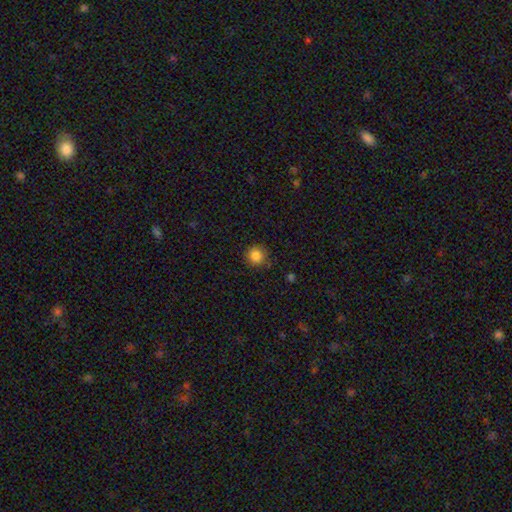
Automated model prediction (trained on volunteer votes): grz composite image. It shows a smooth galaxy with no disk features (85%) that is round (91%). Merging: none (86%).